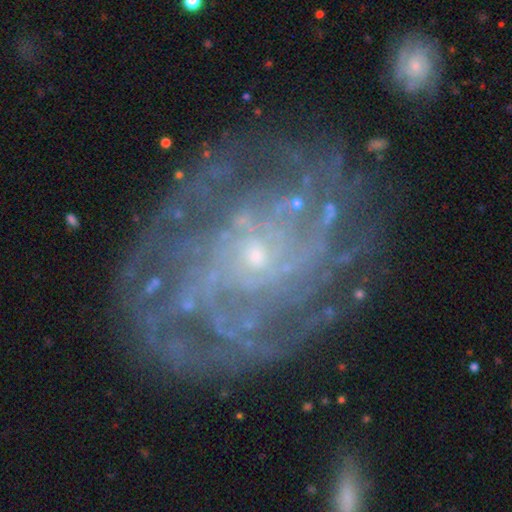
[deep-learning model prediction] Morphology: type=featured or disk (82%); edge-on=no (97%); bar=no (77%); spiral arms=yes (89%); winding=tight (69%); arm count=can't tell (40%); bulge=small (86%); merging=none (75%).